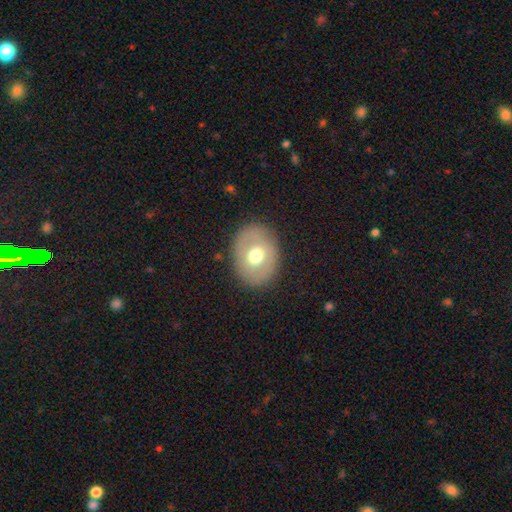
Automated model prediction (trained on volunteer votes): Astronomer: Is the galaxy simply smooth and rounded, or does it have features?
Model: smooth — 58% (runner-up: featured or disk, 34%).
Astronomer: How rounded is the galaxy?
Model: in between — 59% (runner-up: round, 40%).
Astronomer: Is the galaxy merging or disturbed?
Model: none — 84%.